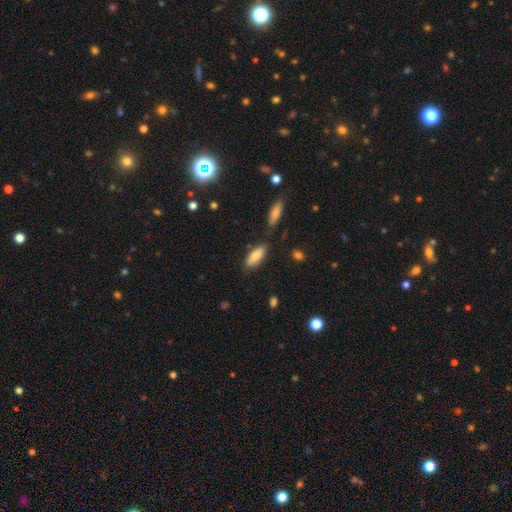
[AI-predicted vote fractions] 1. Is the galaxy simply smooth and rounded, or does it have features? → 80% smooth, 13% featured or disk, 7% star or artifact.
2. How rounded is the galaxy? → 68% in between, 30% cigar-shaped, 2% round.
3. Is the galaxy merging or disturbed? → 79% none, 13% minor disturbance, 5% merger, 3% major disturbance.